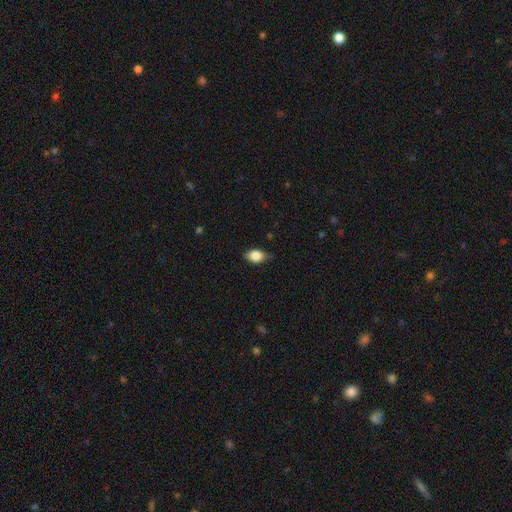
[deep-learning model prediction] Smooth or featured: smooth — 82% (featured or disk — 11%)
How rounded: in between — 80% (round — 18%)
Merging: none — 76% (minor disturbance — 20%)